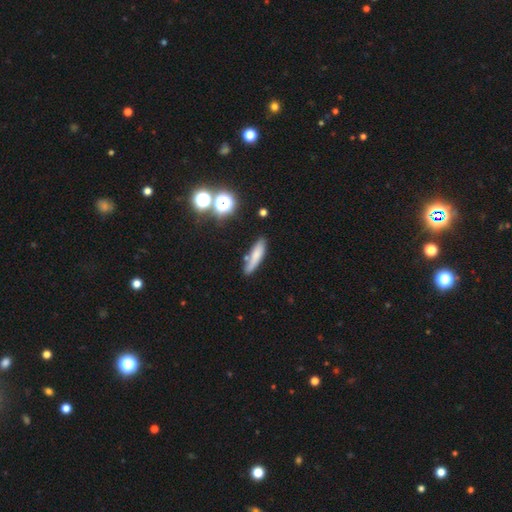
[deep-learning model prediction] The model was most divided on "how rounded": cigar-shaped: 71%, in between: 26%, round: 3%. More confident: smooth or featured — smooth (72%); merging — none (69%).